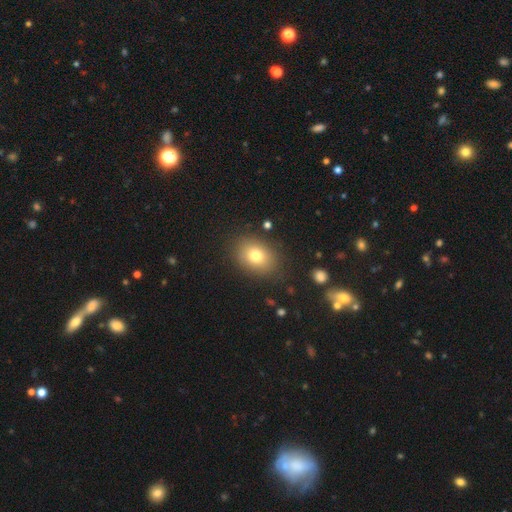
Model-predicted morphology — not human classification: type=smooth (78%); roundness=in between (67%); merging=none (84%).